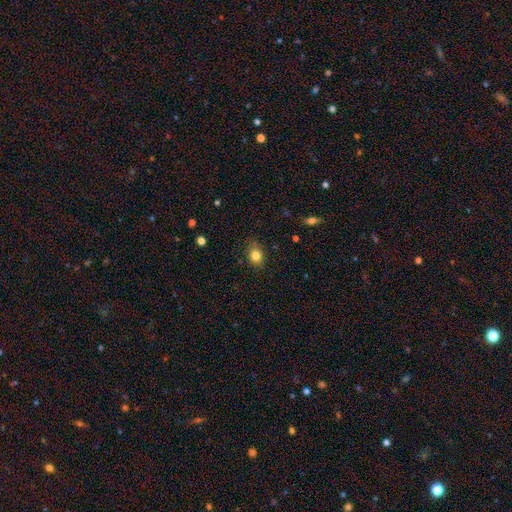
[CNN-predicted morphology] Q: Smooth or featured?
A: smooth (82%); runner-up: star or artifact (11%)
Q: How rounded?
A: round (53%); runner-up: in between (46%)
Q: Merging?
A: none (80%); runner-up: minor disturbance (16%)